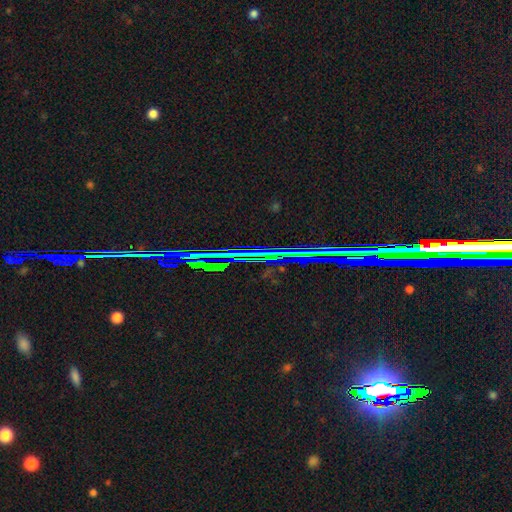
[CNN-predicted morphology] type=star or artifact (83%).